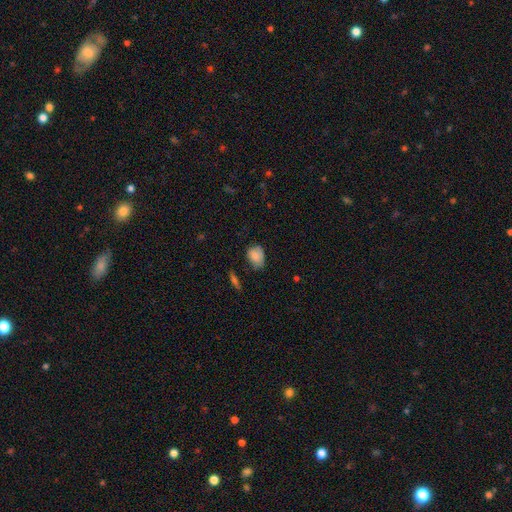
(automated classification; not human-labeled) Smooth or featured?
  - smooth: 83% *
  - featured or disk: 9%
  - star or artifact: 8%
How rounded?
  - in between: 68% *
  - round: 31%
  - cigar-shaped: 1%
Merging?
  - none: 54% *
  - minor disturbance: 35%
  - major disturbance: 8%
  - merger: 3%